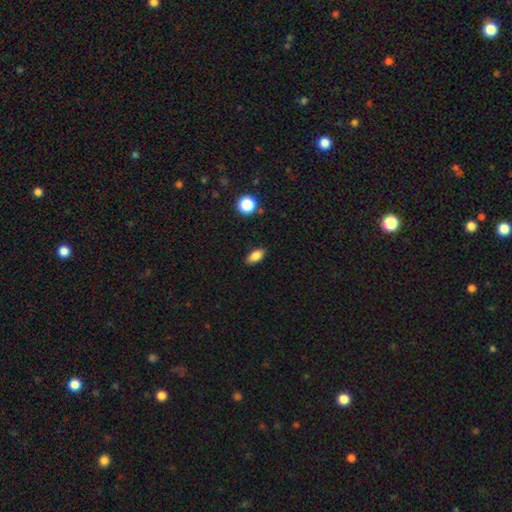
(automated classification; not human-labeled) Q: Smooth or featured?
A: smooth (85%); runner-up: star or artifact (9%)
Q: How rounded?
A: in between (88%); runner-up: round (6%)
Q: Merging?
A: none (87%); runner-up: minor disturbance (10%)